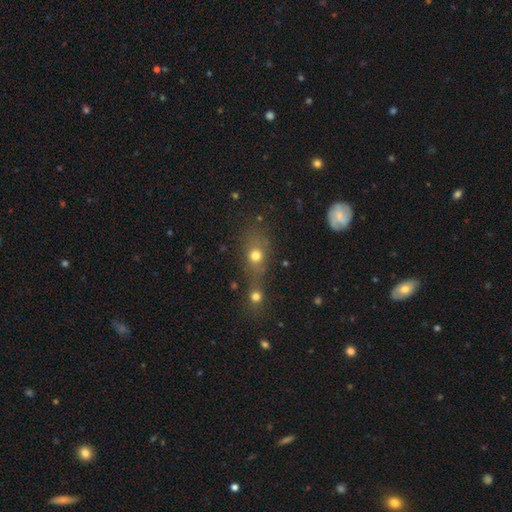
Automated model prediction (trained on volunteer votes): Overall: smooth (67%). How rounded: round (62%; in between 32%). Merging: merger (45%; none 38%).